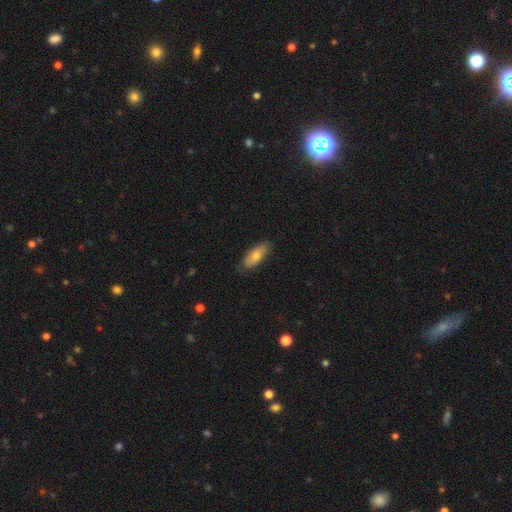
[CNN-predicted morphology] Smooth or featured? smooth (65%)
How rounded? in between (76%)
Merging? none (81%)